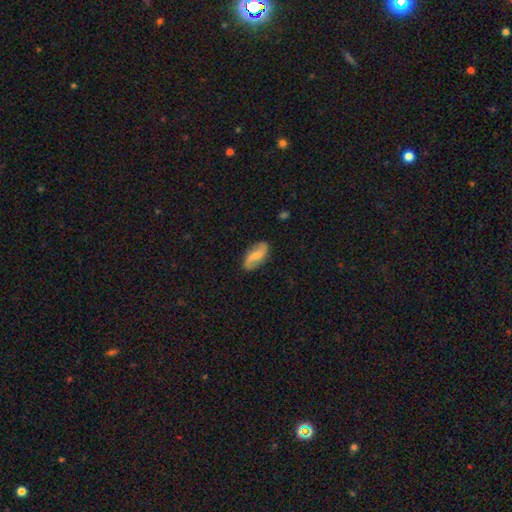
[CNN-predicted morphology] Smooth or featured? Predicted: featured or disk (p=0.61). Edge-on disk? Predicted: no (p=0.94). Bar? Predicted: weak (p=0.46). Spiral arms? Predicted: yes (p=0.90). Spiral winding? Predicted: loose (p=0.69). Spiral arm count? Predicted: 2 (p=0.91). Bulge size? Predicted: moderate (p=0.42). Merging? Predicted: none (p=0.84).